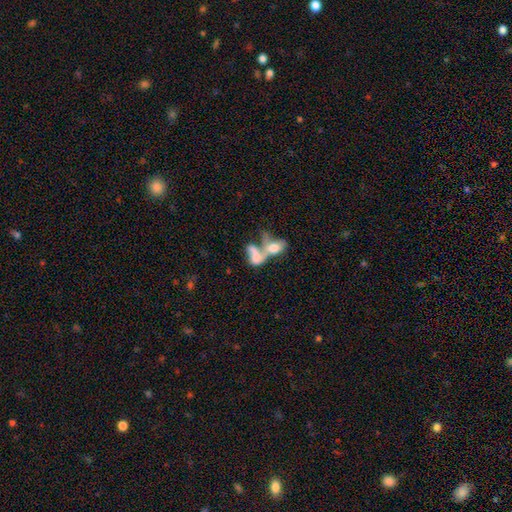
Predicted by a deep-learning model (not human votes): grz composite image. It shows a smooth galaxy with no disk features (57%) that is in between round and cigar-shaped (81%). Merging: merger (74%).